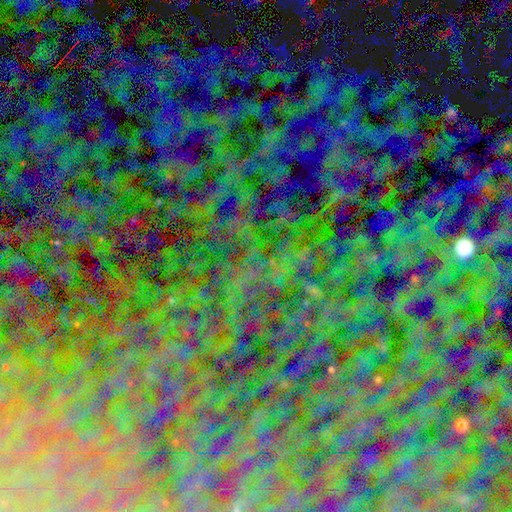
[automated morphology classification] Q: Smooth or featured?
A: star or artifact (80%); runner-up: smooth (12%)